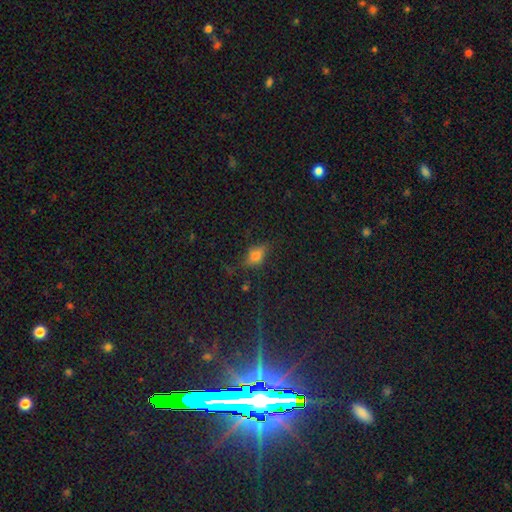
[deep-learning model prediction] This is possibly a smooth galaxy (60%). How rounded: likely in between (72%). Merging: likely none (66%).